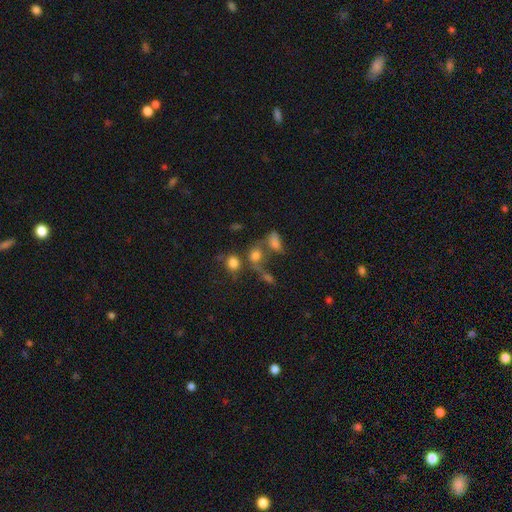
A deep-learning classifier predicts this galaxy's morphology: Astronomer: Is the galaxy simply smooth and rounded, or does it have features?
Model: smooth — 71%.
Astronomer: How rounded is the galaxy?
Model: round — 68%.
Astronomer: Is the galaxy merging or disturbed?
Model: none — 45% (runner-up: merger, 34%).